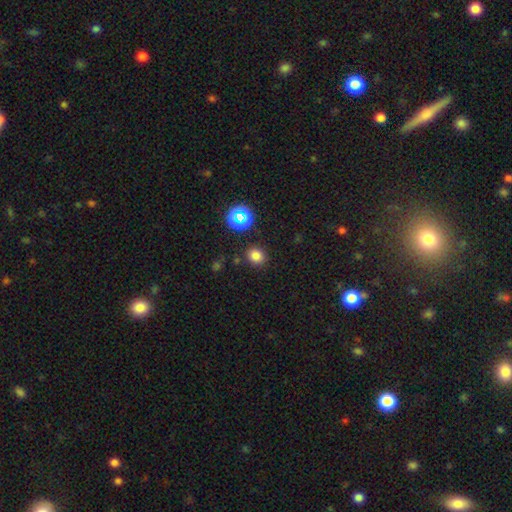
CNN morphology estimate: The model was most divided on "how rounded": round: 76%, in between: 23%, cigar-shaped: 1%. More confident: merging — none (86%); smooth or featured — smooth (76%).